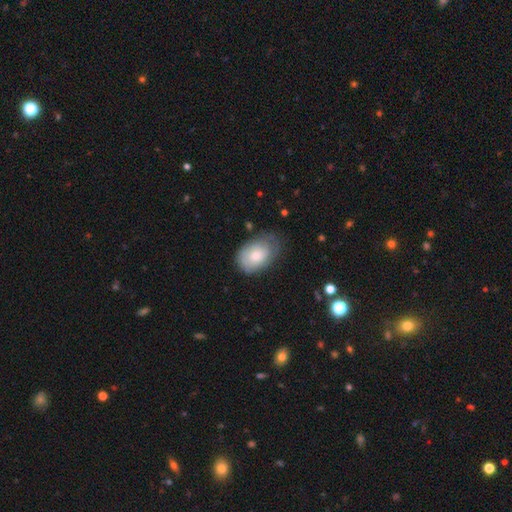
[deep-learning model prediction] Morphology: type=smooth (70%); roundness=in between (85%); merging=none (61%).